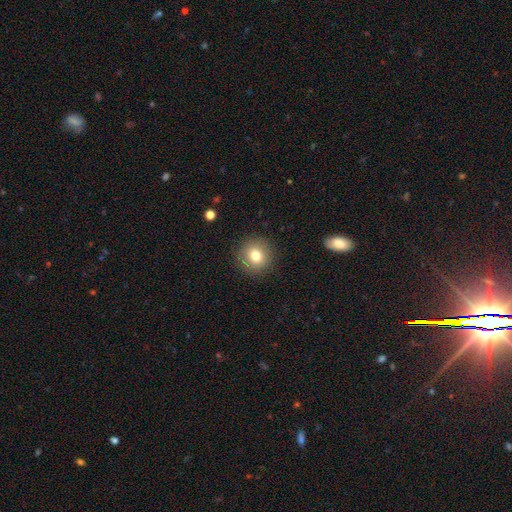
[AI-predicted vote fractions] Morphology: type=smooth (78%); roundness=round (93%); merging=none (90%).